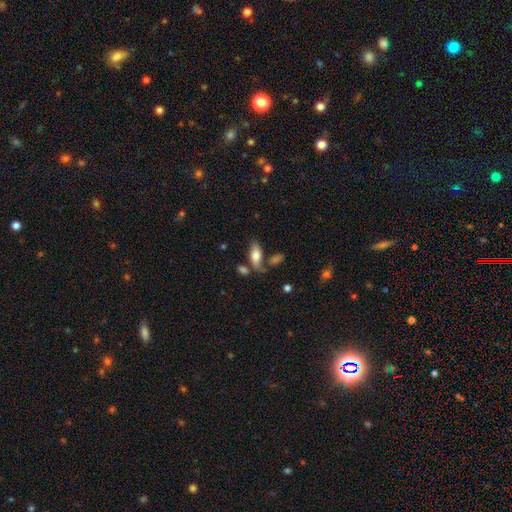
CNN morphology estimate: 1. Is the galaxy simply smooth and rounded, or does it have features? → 69% smooth, 24% featured or disk, 7% star or artifact.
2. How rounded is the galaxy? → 74% in between, 24% cigar-shaped, 2% round.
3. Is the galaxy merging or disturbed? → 58% none, 18% minor disturbance, 17% merger, 7% major disturbance.